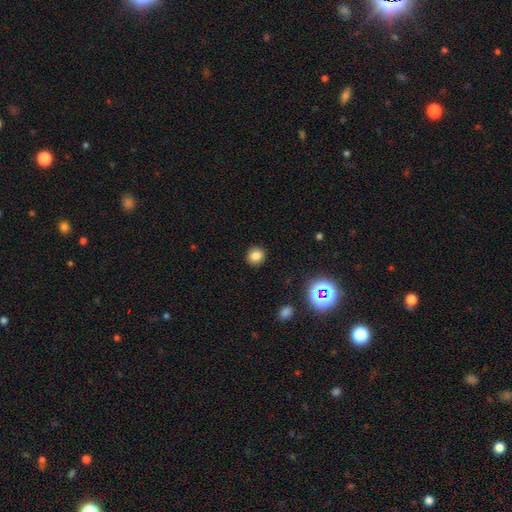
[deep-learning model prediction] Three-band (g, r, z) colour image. It shows a smooth galaxy with no disk features (81%) that is round (89%). Merging: none (91%).